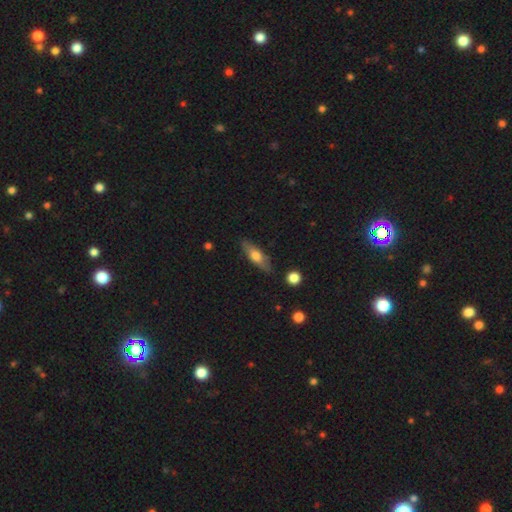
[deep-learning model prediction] This is possibly a smooth galaxy (59%). How rounded: possibly in between (51%). Merging: clearly none (84%).